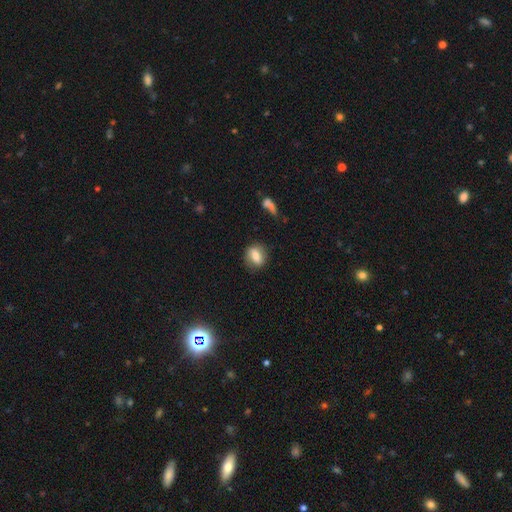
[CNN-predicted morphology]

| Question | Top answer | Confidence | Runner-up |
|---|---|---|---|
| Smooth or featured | smooth | 66% | featured or disk (25%) |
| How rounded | in between | 51% | round (46%) |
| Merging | none | 78% | minor disturbance (15%) |